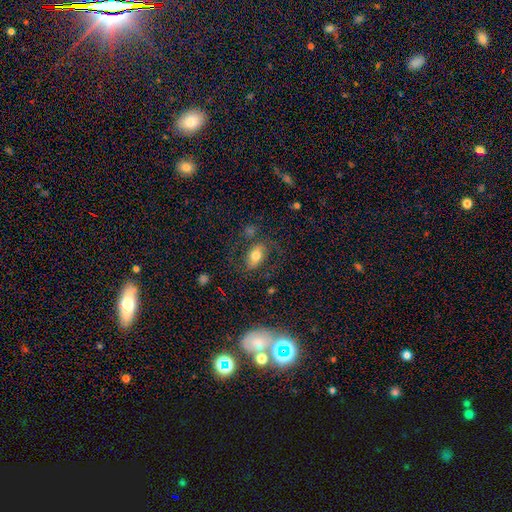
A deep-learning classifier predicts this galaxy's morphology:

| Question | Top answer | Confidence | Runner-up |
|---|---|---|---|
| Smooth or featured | smooth | 47% | featured or disk (41%) |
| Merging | none | 64% | minor disturbance (16%) |